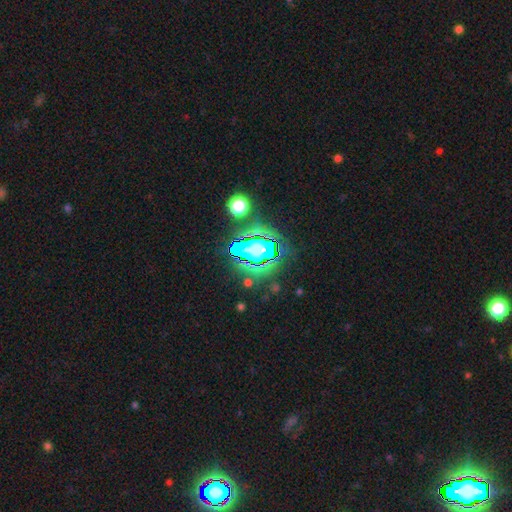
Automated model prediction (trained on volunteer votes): Morphology: type=star or artifact (68%).